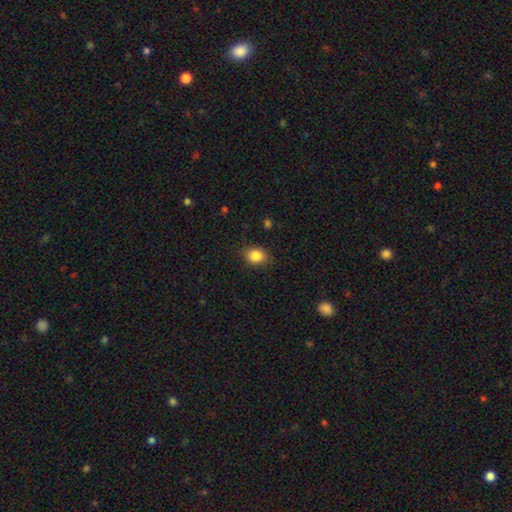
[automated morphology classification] Q: Smooth or featured?
A: smooth (86%); runner-up: star or artifact (9%)
Q: How rounded?
A: round (53%); runner-up: in between (46%)
Q: Merging?
A: none (83%); runner-up: minor disturbance (13%)